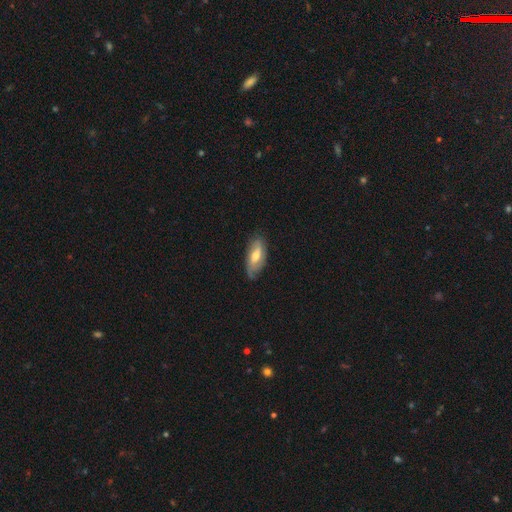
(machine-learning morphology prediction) The model was most divided on "smooth or featured": featured or disk: 51%, smooth: 42%, star or artifact: 7%. More confident: edge-on disk — no (83%); merging — none (71%).